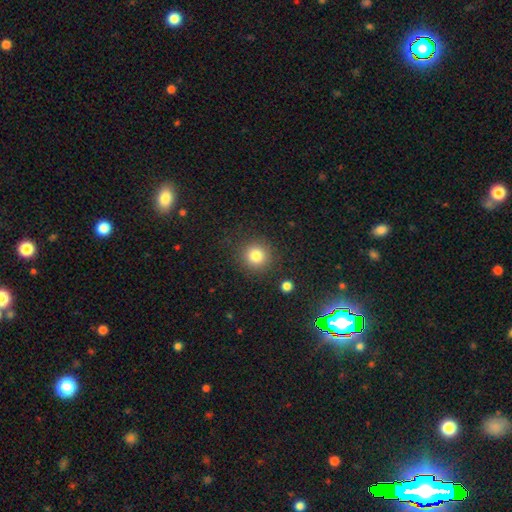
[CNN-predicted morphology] This is clearly a smooth galaxy (81%). How rounded: clearly round (93%). Merging: clearly none (88%).